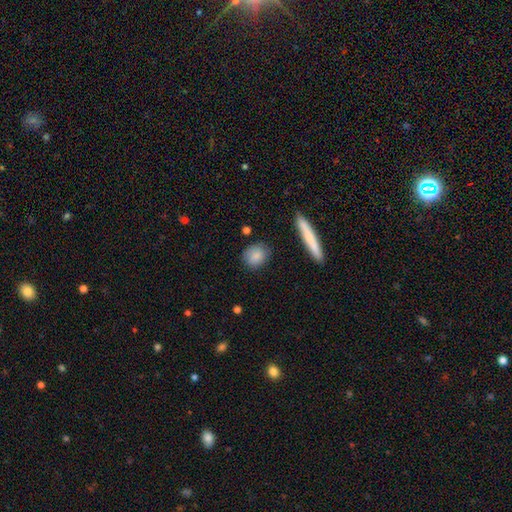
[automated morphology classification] This is clearly a smooth galaxy (83%). How rounded: possibly round (58%). Merging: clearly none (82%).